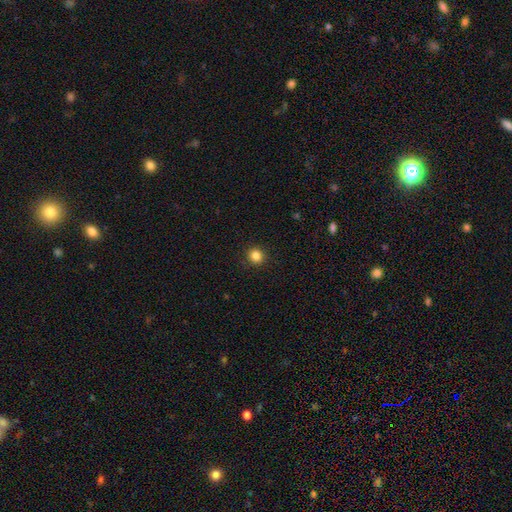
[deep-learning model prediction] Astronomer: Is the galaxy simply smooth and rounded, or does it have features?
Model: smooth — 85%.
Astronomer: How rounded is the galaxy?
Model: round — 90%.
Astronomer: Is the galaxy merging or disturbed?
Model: none — 91%.